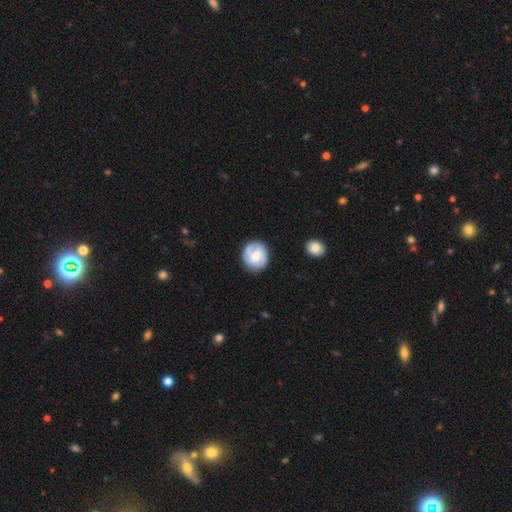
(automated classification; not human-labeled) Morphology: type=featured or disk (48%); merging=none (75%).